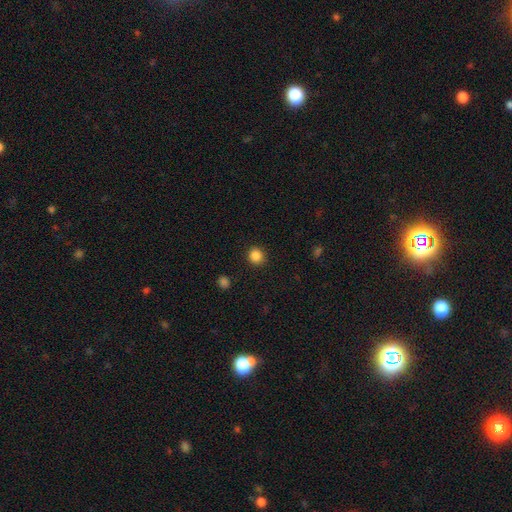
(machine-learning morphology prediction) The model was most divided on "how rounded": round: 86%, in between: 13%, cigar-shaped: 1%. More confident: merging — none (91%); smooth or featured — smooth (86%).